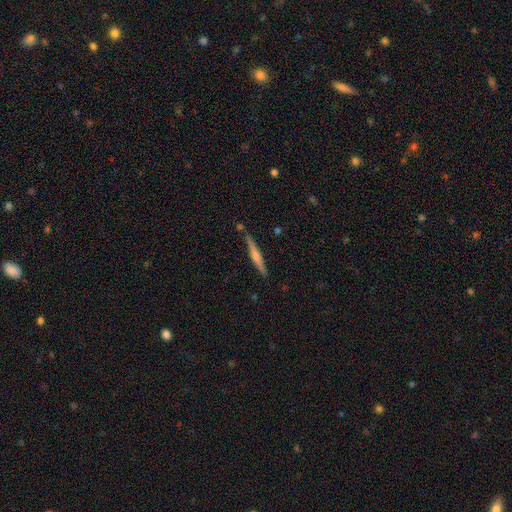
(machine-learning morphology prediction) smooth_or_featured: featured or disk (p=0.65) [alt: smooth p=0.29]
disk_edge_on: yes (p=0.98) [alt: no p=0.02]
edge_on_bulge: rounded (p=0.75) [alt: none p=0.14]
merging: none (p=0.86) [alt: minor disturbance p=0.09]